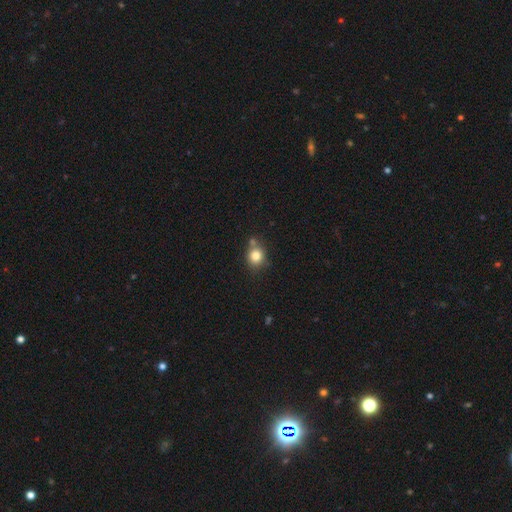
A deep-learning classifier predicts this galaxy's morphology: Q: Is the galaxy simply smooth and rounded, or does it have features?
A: smooth — 81%.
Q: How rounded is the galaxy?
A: round — 75%.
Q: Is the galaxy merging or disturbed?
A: none — 62%.